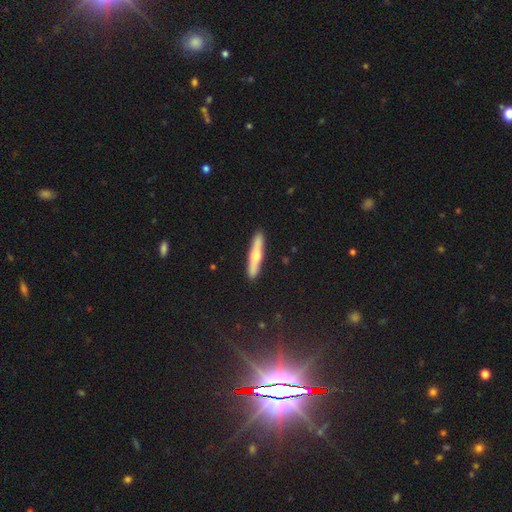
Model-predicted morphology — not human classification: Smooth or featured? Predicted: featured or disk (p=0.47). Merging? Predicted: none (p=0.89).